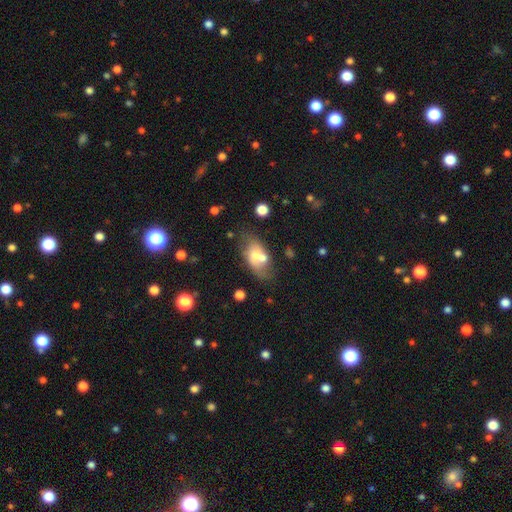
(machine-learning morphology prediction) Smooth or featured? Predicted: smooth (p=0.59). How rounded? Predicted: in between (p=0.87). Merging? Predicted: none (p=0.44).